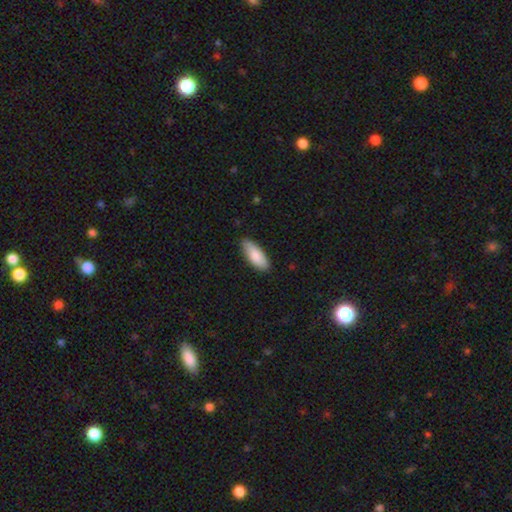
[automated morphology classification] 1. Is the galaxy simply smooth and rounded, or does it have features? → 85% smooth, 10% featured or disk, 5% star or artifact.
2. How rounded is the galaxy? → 75% in between, 23% cigar-shaped, 2% round.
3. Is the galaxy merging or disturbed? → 84% none, 13% minor disturbance, 2% major disturbance, 1% merger.